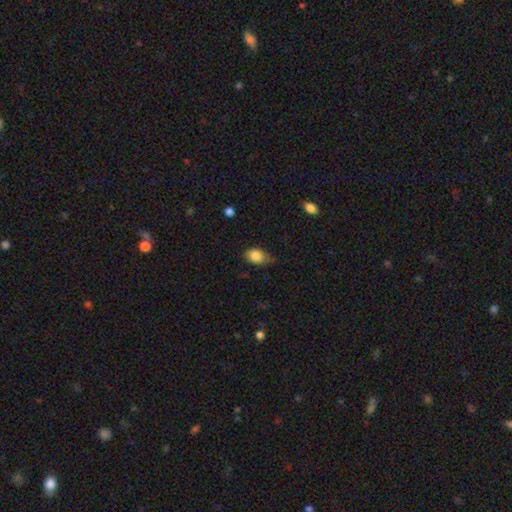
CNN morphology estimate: Overall: smooth (84%). How rounded: in between (78%). Merging: none (65%; minor disturbance 29%).